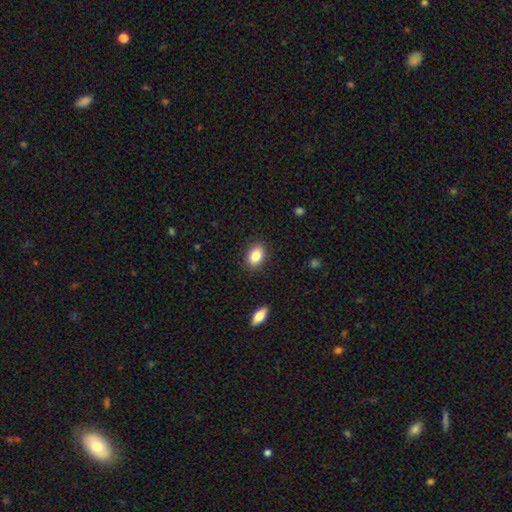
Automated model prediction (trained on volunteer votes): Q: Smooth or featured?
A: smooth (85%); runner-up: star or artifact (8%)
Q: How rounded?
A: in between (78%); runner-up: round (21%)
Q: Merging?
A: none (88%); runner-up: minor disturbance (9%)